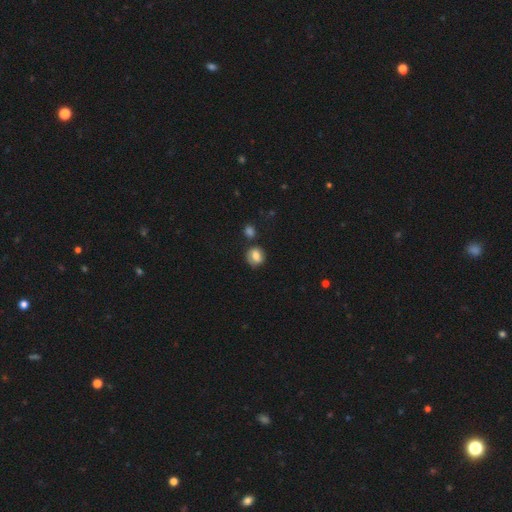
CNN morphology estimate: smooth-or-featured: smooth: 72% | featured or disk: 18% | star or artifact: 10%
  how-rounded: round: 68% | in between: 30% | cigar-shaped: 1%
  merging: none: 67% | minor disturbance: 17% | merger: 11% | major disturbance: 5%